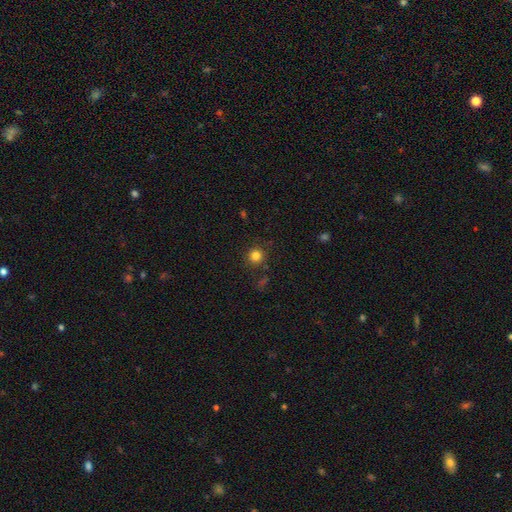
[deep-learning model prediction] A smooth galaxy with no disk features (82%) that is round (93%).

Vote fractions:
- Smooth or featured? smooth: 82% / star or artifact: 13% / featured or disk: 5%
- How rounded? round: 93% / in between: 7% / cigar-shaped: 1%
- Merging? none: 86% / minor disturbance: 8% / major disturbance: 3% / merger: 3%